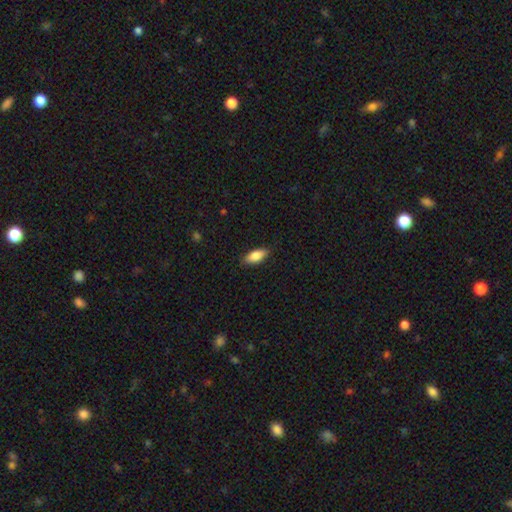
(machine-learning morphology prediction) smooth 85%, featured or disk 9%, star or artifact 6%. Down the decision tree: how rounded — in between (81%); merging — none (86%).